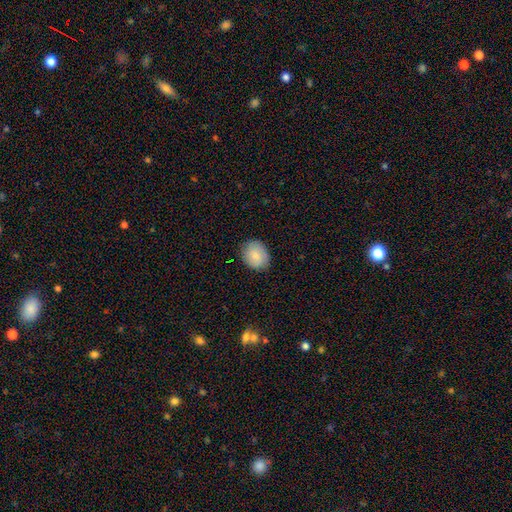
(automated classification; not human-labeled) Morphology: type=smooth (84%); roundness=round (52%); merging=none (83%).